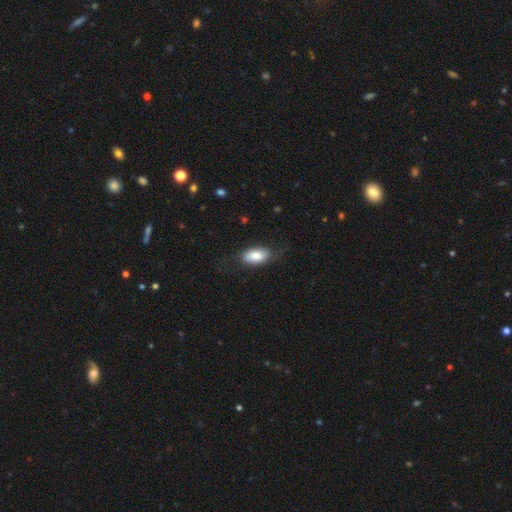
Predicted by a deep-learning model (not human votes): Smooth or featured? smooth (78%)
How rounded? in between (90%)
Merging? none (69%)